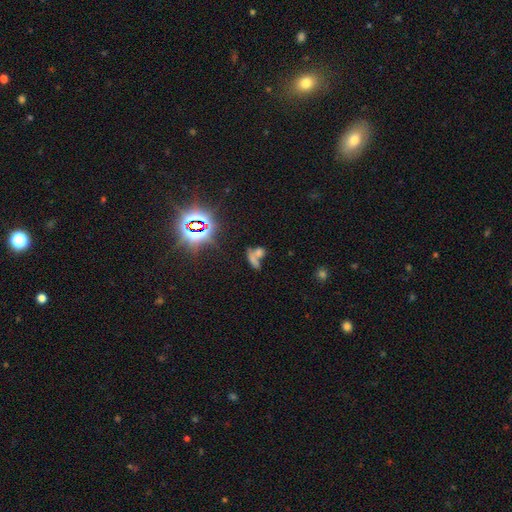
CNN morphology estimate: Smooth or featured? Predicted: smooth (p=0.54). How rounded? Predicted: in between (p=0.63). Merging? Predicted: merger (p=0.61).